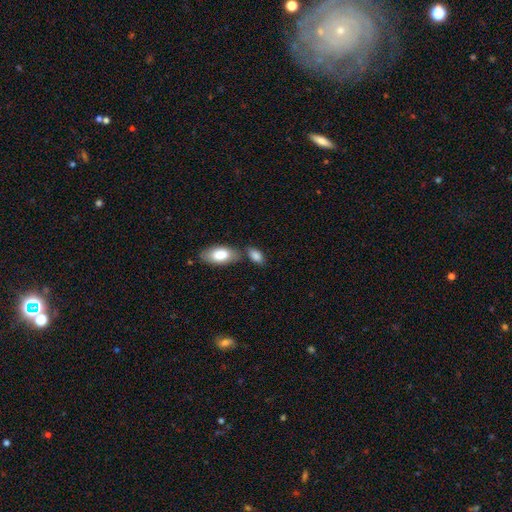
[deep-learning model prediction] A smooth galaxy with no disk features (84%) that is in between round and cigar-shaped (90%). Merging: none (50%).